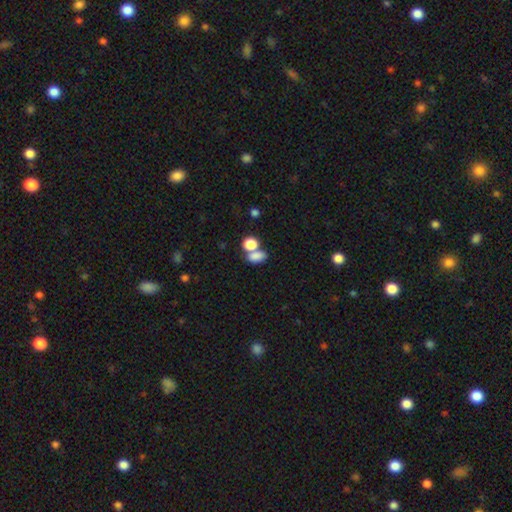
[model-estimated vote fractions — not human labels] Q: Smooth or featured?
A: smooth (79%); runner-up: star or artifact (12%)
Q: How rounded?
A: in between (74%); runner-up: round (23%)
Q: Merging?
A: merger (44%); runner-up: none (40%)